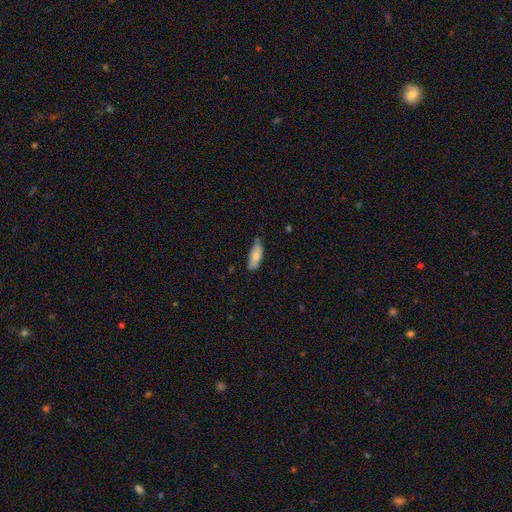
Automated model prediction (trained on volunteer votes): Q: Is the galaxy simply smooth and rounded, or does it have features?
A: smooth — 78%.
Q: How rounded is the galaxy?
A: in between — 72%.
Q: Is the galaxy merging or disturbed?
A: none — 63%.